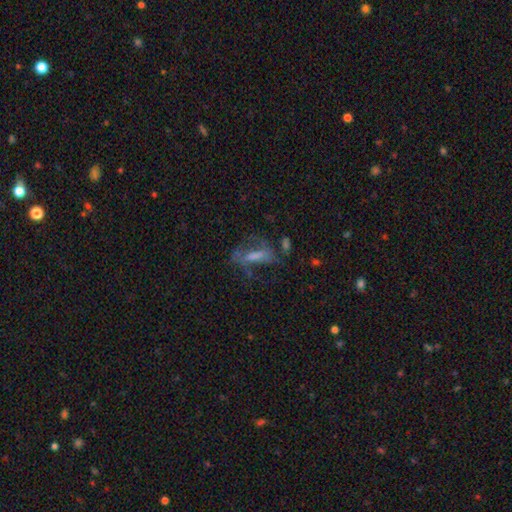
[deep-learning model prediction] smooth_or_featured: featured or disk (p=0.51) [alt: smooth p=0.31]
disk_edge_on: no (p=0.80) [alt: yes p=0.20]
merging: none (p=0.45) [alt: major disturbance p=0.30]